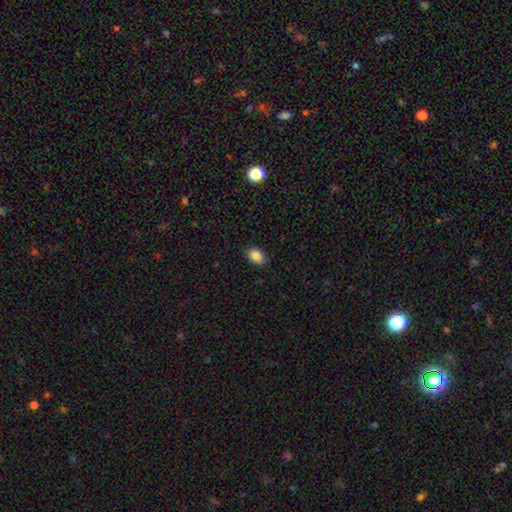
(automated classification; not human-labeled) A smooth galaxy with no disk features (86%) that is in between round and cigar-shaped (77%). Merging: none (87%).